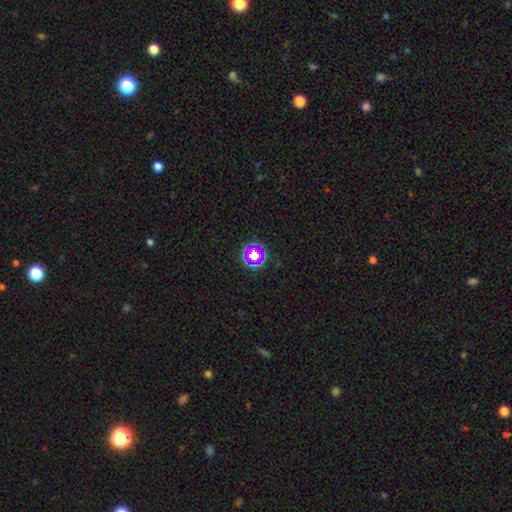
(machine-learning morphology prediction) Smooth or featured? star or artifact (50%)